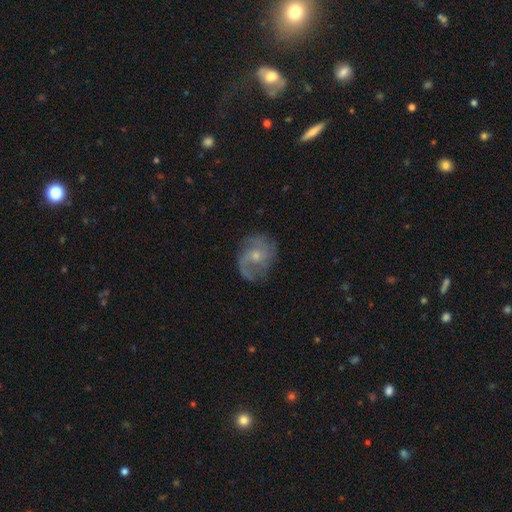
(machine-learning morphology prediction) featured or disk 79%, smooth 14%, star or artifact 7%. Down the decision tree: edge-on disk — no (98%); bar — no (69%); spiral arms — yes (93%); spiral arm count — 2 (46%); spiral winding — medium (47%); bulge size — small (61%); merging — none (67%).